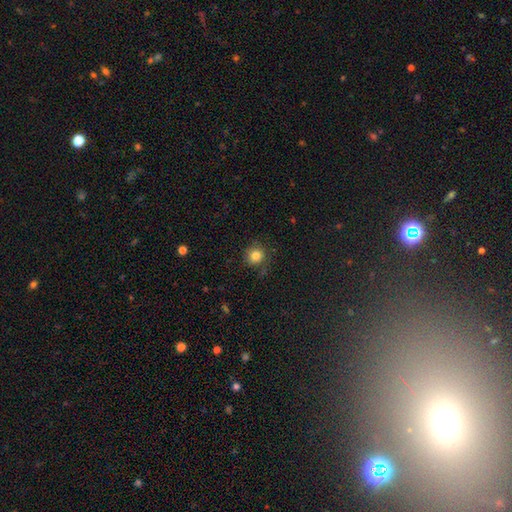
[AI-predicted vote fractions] Morphology: type=smooth (82%); roundness=round (89%); merging=none (81%).